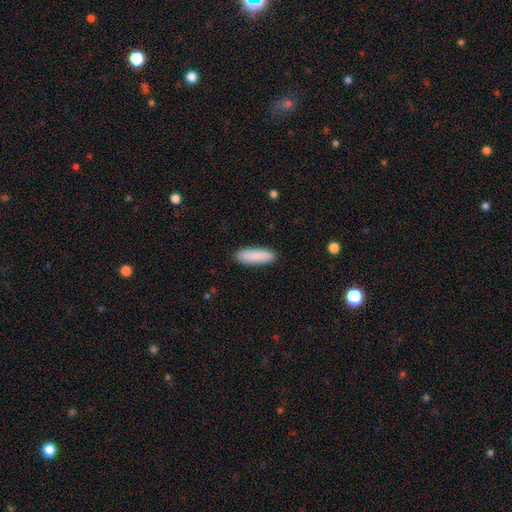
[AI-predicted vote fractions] Overall: smooth (89%). How rounded: cigar-shaped (55%; in between 43%). Merging: none (89%).